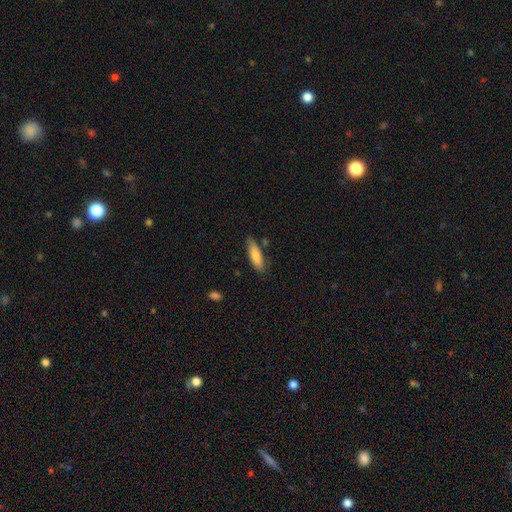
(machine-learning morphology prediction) Overall: smooth (82%). How rounded: in between (50%; cigar-shaped 49%). Merging: none (78%).